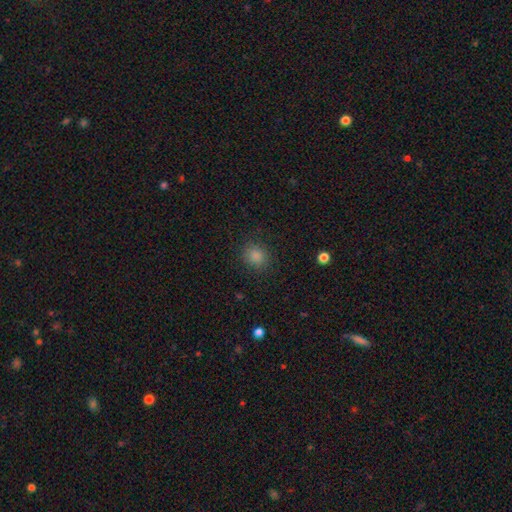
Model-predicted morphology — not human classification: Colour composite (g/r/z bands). It shows a smooth galaxy with no disk features (80%) that is round (79%). Merging: none (89%).